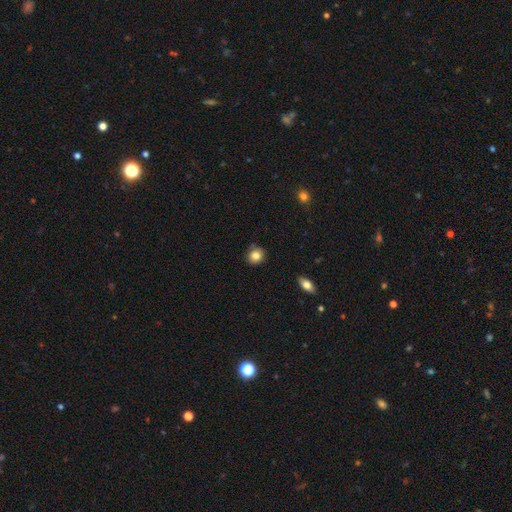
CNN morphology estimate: Smooth or featured? smooth (83%)
How rounded? round (82%)
Merging? none (83%)